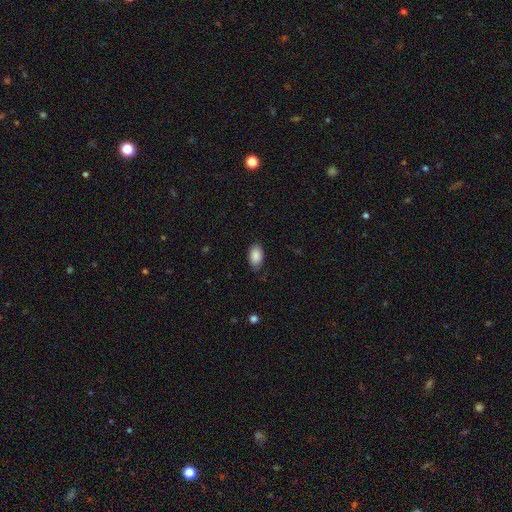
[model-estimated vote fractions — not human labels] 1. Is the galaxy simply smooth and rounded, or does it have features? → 89% smooth, 7% star or artifact, 4% featured or disk.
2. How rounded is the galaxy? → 93% in between, 6% round, 1% cigar-shaped.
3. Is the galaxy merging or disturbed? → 79% none, 16% minor disturbance, 3% major disturbance, 1% merger.